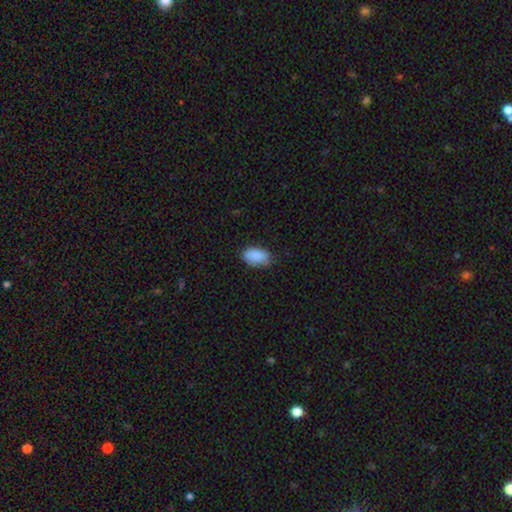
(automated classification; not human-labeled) A smooth galaxy with no disk features (89%) that is in between round and cigar-shaped (93%). Merging: none (75%).